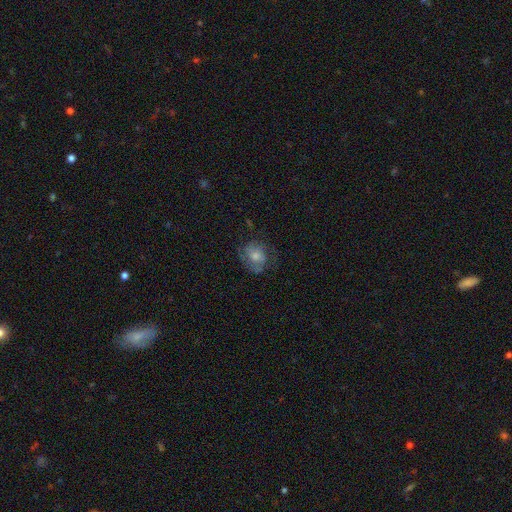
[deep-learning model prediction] smooth_or_featured: featured or disk (p=0.50) [alt: smooth p=0.42]
merging: none (p=0.60) [alt: minor disturbance p=0.22]